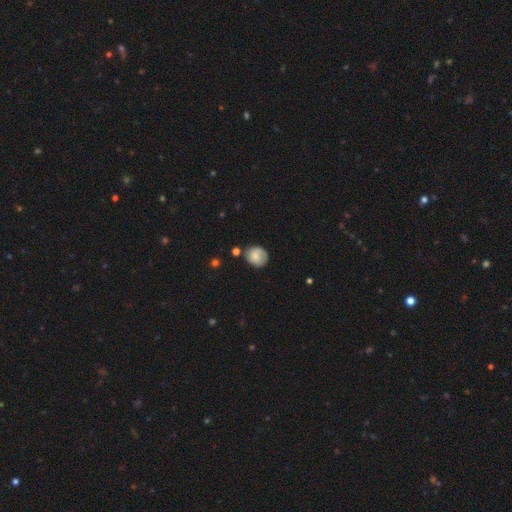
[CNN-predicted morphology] Overall: smooth (69%). How rounded: round (79%). Merging: none (69%).